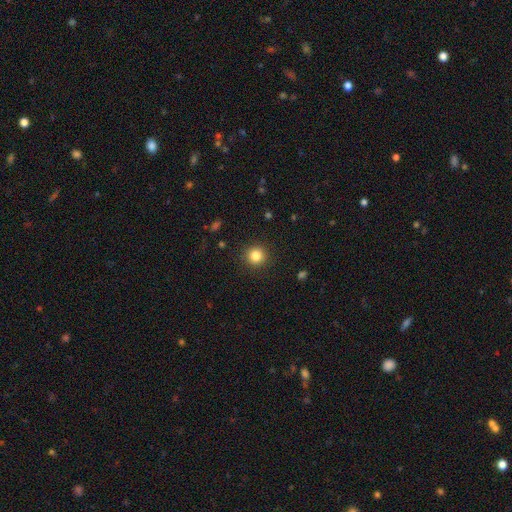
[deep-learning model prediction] Morphology: type=smooth (84%); roundness=round (93%); merging=none (91%).